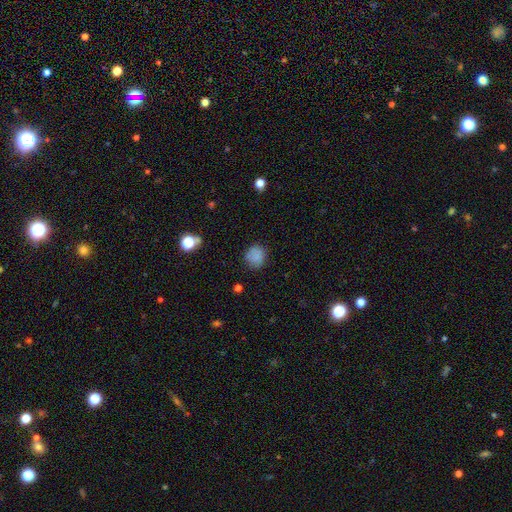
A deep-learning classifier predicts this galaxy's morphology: smooth-or-featured: smooth: 82% | star or artifact: 12% | featured or disk: 6%
  how-rounded: round: 82% | in between: 17% | cigar-shaped: 1%
  merging: none: 79% | minor disturbance: 16% | major disturbance: 4% | merger: 2%